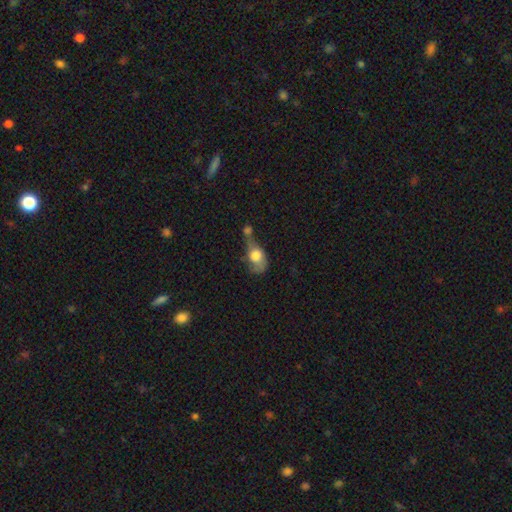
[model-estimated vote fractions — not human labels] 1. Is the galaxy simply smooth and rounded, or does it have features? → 66% smooth, 26% featured or disk, 8% star or artifact.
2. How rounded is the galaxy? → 70% in between, 26% round, 4% cigar-shaped.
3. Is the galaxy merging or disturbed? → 45% merger, 23% major disturbance, 17% none, 15% minor disturbance.